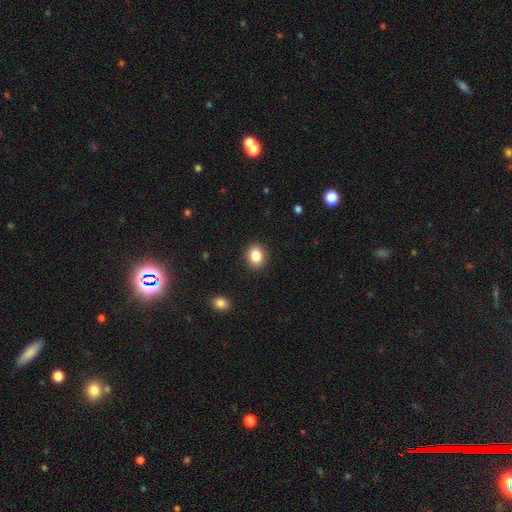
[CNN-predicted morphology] smooth-or-featured: smooth: 86% | star or artifact: 9% | featured or disk: 5%
  how-rounded: round: 52% | in between: 47% | cigar-shaped: 1%
  merging: none: 89% | minor disturbance: 7% | major disturbance: 2% | merger: 1%